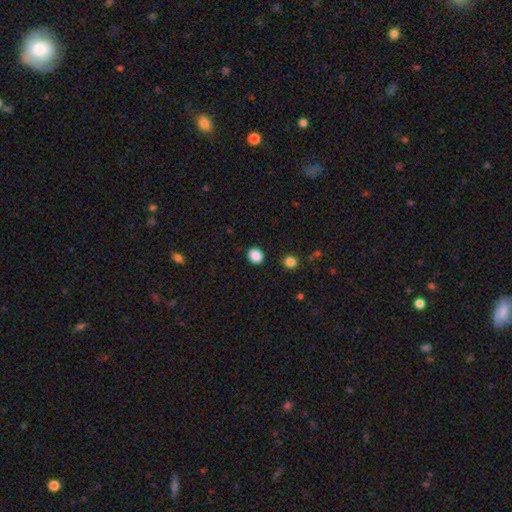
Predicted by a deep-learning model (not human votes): Smooth or featured?
  - smooth: 88% *
  - star or artifact: 9%
  - featured or disk: 3%
How rounded?
  - round: 63% *
  - in between: 36%
  - cigar-shaped: 1%
Merging?
  - none: 89% *
  - minor disturbance: 7%
  - major disturbance: 2%
  - merger: 2%